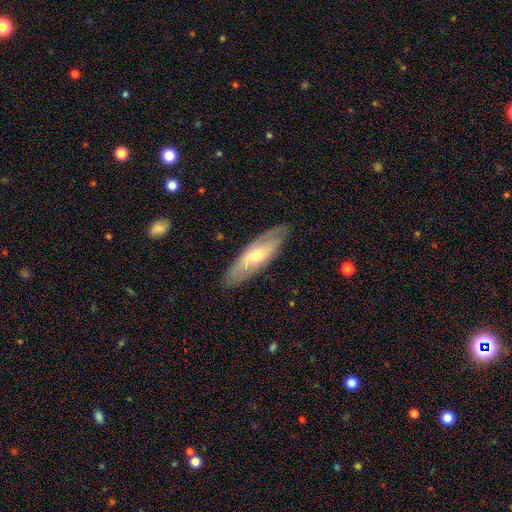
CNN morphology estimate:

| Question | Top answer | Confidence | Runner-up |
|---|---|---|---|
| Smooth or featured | featured or disk | 50% | smooth (44%) |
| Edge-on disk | no | 62% | yes (38%) |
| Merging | none | 84% | minor disturbance (12%) |